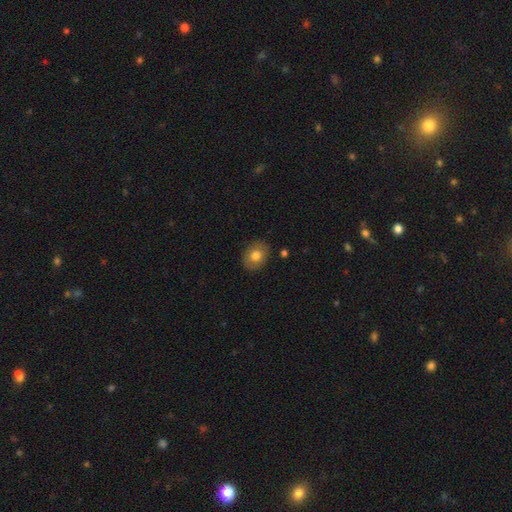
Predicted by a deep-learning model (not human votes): Q: Smooth or featured?
A: smooth (78%); runner-up: featured or disk (14%)
Q: How rounded?
A: round (50%); runner-up: in between (49%)
Q: Merging?
A: none (87%); runner-up: minor disturbance (10%)